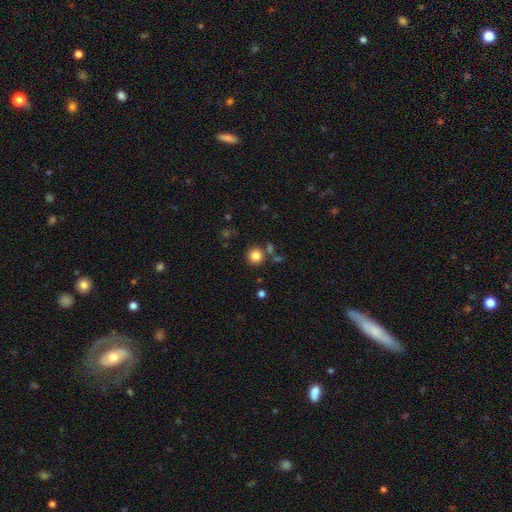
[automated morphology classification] The model was most divided on "smooth or featured": smooth: 83%, star or artifact: 11%, featured or disk: 6%. More confident: how rounded — round (93%); merging — none (81%).